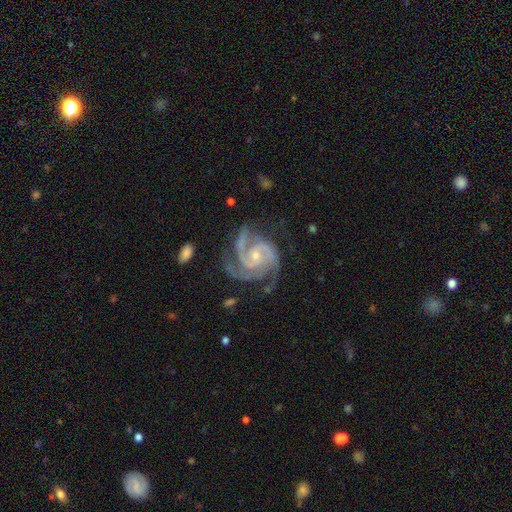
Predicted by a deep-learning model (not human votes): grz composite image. It shows a featured or disk galaxy (94%) with no bar (60%), 3 (58%) tight (53%) spiral arms (99%) and a small central bulge (70%). Merging: none (69%).